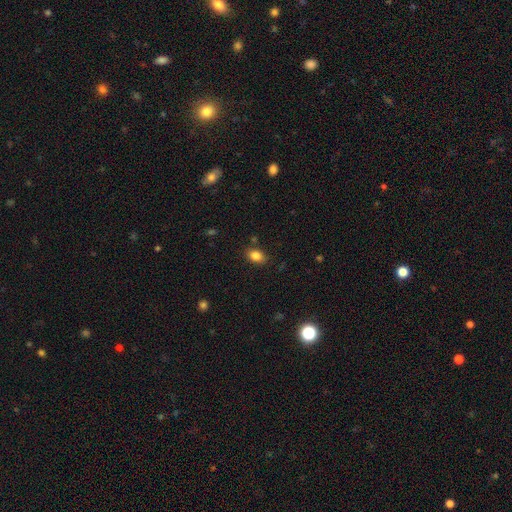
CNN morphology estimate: type=smooth (85%); roundness=in between (81%); merging=none (83%).